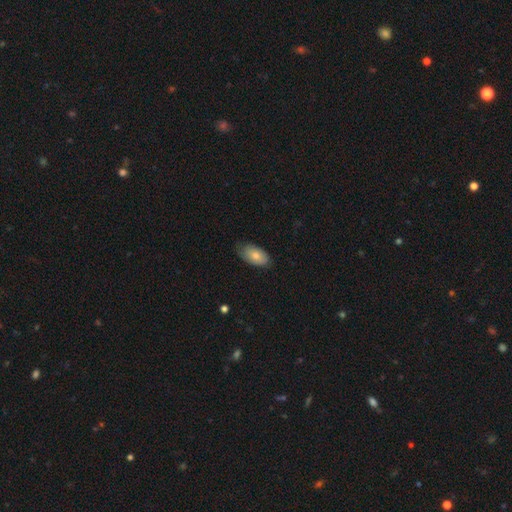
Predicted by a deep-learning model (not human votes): The model was most divided on "merging": none: 70%, minor disturbance: 25%, major disturbance: 4%, merger: 1%. More confident: how rounded — in between (94%); smooth or featured — smooth (78%).